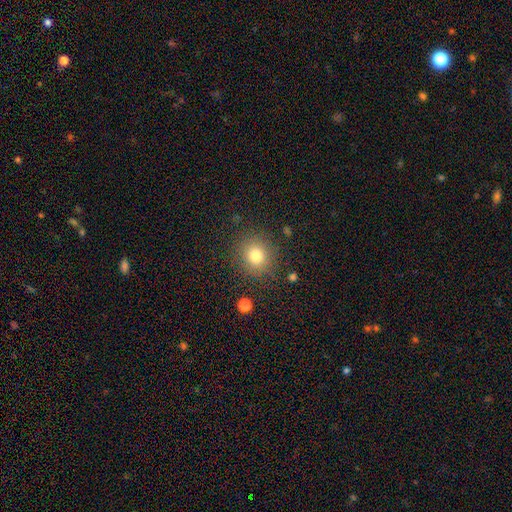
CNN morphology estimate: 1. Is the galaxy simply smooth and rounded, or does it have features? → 80% smooth, 12% star or artifact, 8% featured or disk.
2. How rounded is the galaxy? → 85% round, 14% in between, 1% cigar-shaped.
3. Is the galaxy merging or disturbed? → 86% none, 9% minor disturbance, 4% major disturbance, 2% merger.